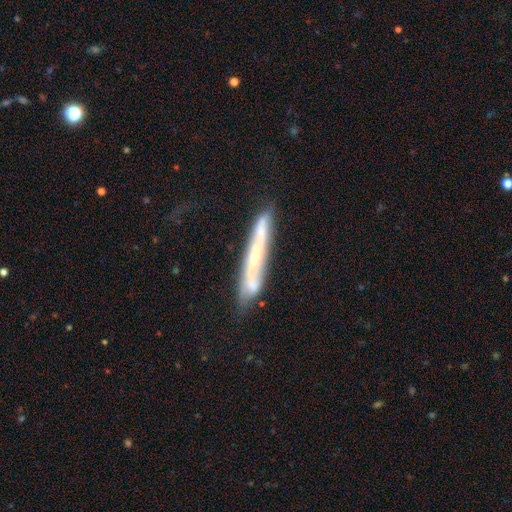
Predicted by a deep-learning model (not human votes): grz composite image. It shows a featured or disk galaxy (67%) viewed edge-on (70%). Merging: none (72%).